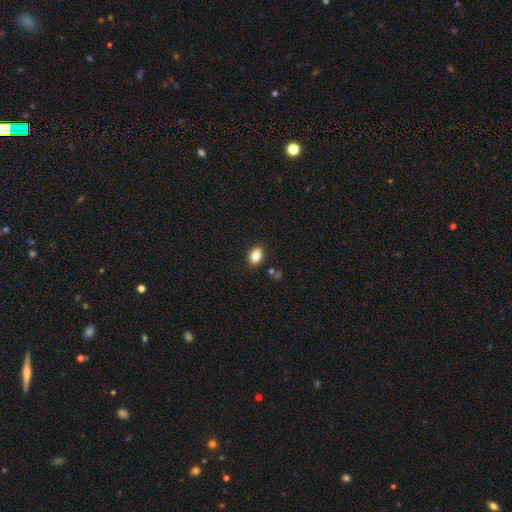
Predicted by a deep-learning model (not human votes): Smooth or featured? smooth (83%)
How rounded? in between (79%)
Merging? none (88%)